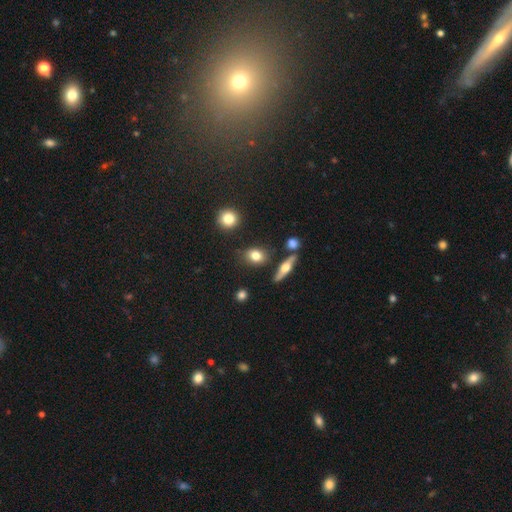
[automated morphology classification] Smooth or featured? Predicted: smooth (p=0.78). How rounded? Predicted: in between (p=0.52). Merging? Predicted: none (p=0.79).